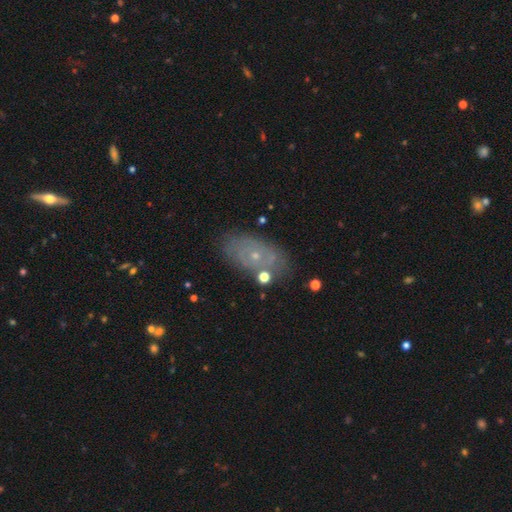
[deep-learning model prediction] Smooth or featured?
  - featured or disk: 52% *
  - smooth: 35%
  - star or artifact: 14%
Edge-on disk?
  - no: 91% *
  - yes: 9%
Merging?
  - none: 78% *
  - minor disturbance: 14%
  - major disturbance: 4%
  - merger: 4%